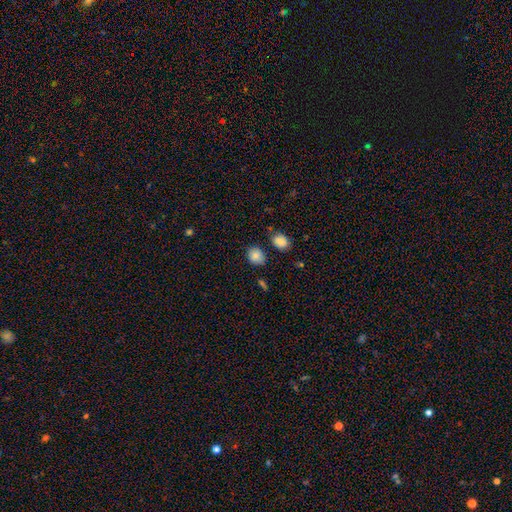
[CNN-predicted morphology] A smooth galaxy with no disk features (85%) that is round (65%). Merging: none (79%).